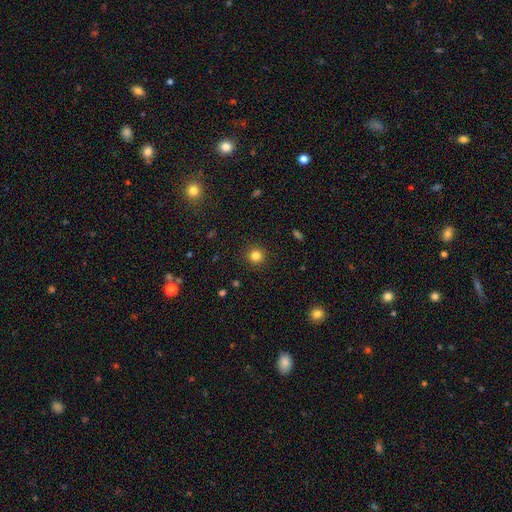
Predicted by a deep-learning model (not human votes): Q: Smooth or featured?
A: smooth (83%); runner-up: star or artifact (13%)
Q: How rounded?
A: round (94%); runner-up: in between (5%)
Q: Merging?
A: none (91%); runner-up: minor disturbance (6%)